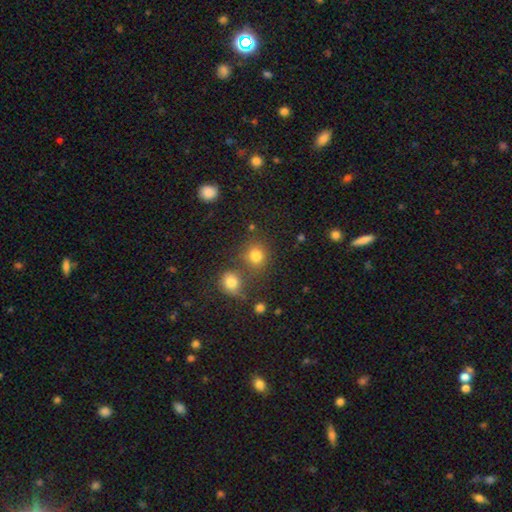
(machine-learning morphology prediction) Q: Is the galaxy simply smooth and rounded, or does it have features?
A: smooth — 78%.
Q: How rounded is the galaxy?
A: round — 81%.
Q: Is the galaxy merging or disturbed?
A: none — 65%.